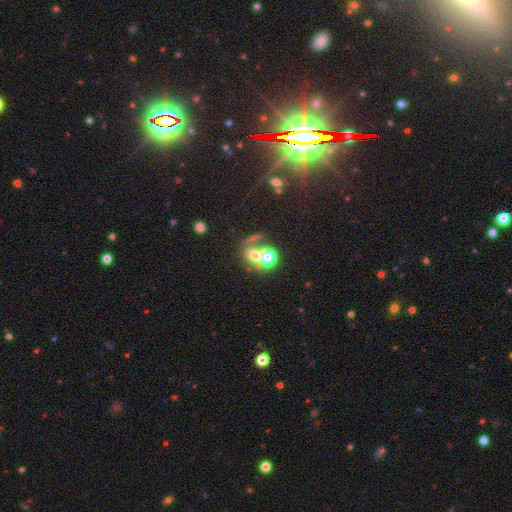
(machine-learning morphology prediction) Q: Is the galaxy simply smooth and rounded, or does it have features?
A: smooth — 53%.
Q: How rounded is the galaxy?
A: round — 55%.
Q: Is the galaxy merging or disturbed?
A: merger — 46%.